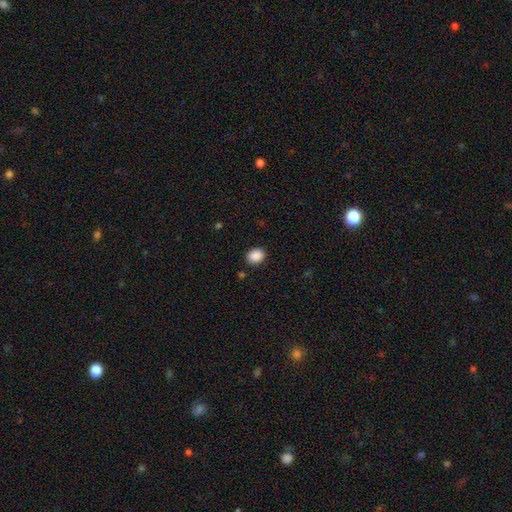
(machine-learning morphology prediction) Smooth or featured: smooth — 89% (star or artifact — 8%)
How rounded: in between — 54% (round — 45%)
Merging: none — 88% (minor disturbance — 8%)